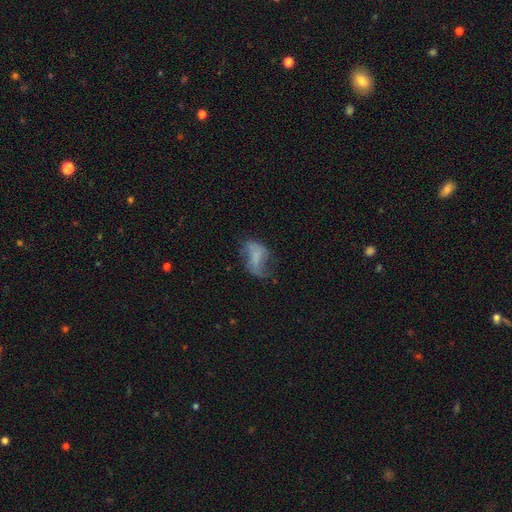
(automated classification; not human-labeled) Morphology: type=smooth (47%); merging=none (37%).